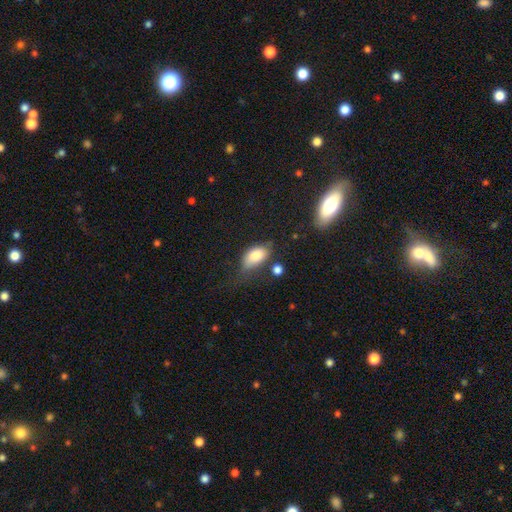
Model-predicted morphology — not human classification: Smooth or featured: smooth — 81% (featured or disk — 11%)
How rounded: in between — 91% (round — 6%)
Merging: none — 46% (minor disturbance — 32%)